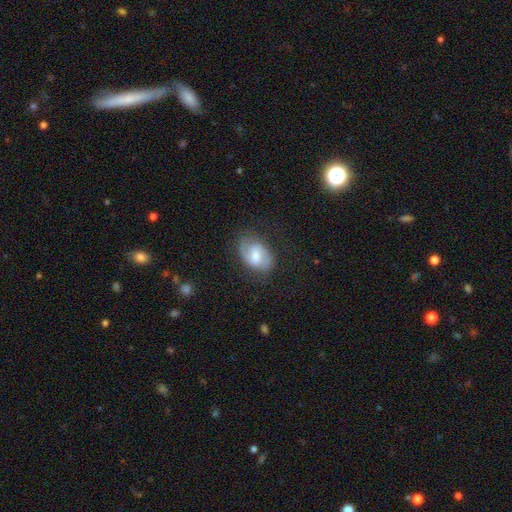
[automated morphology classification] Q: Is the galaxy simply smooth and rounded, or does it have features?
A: featured or disk — 53%.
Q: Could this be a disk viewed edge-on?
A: no — 96%.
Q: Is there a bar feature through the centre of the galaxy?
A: weak — 53%.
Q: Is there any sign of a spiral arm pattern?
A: yes — 82%.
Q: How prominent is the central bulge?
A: moderate — 59%.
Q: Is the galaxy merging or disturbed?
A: none — 68%.